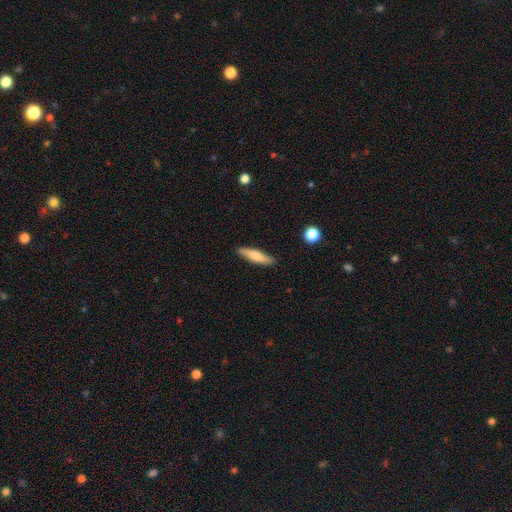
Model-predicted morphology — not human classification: A smooth galaxy with no disk features (75%) that is cigar-shaped (75%). Merging: none (87%).